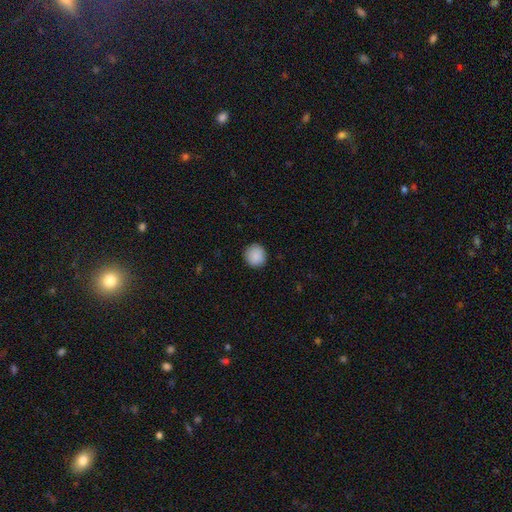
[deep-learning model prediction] Smooth or featured? Predicted: smooth (p=0.89). How rounded? Predicted: round (p=0.93). Merging? Predicted: none (p=0.91).